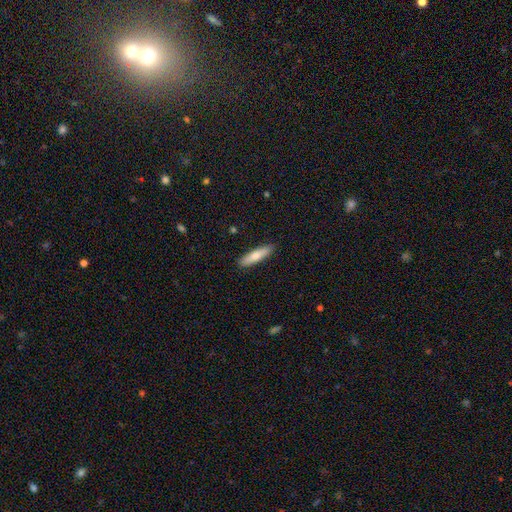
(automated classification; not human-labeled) A smooth galaxy with no disk features (74%) that is cigar-shaped (76%). Merging: none (90%).